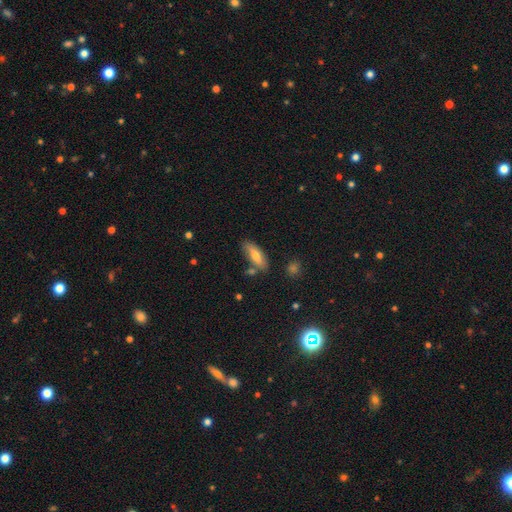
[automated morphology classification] smooth 69%, featured or disk 23%, star or artifact 7%. Down the decision tree: how rounded — in between (59%); merging — none (76%).